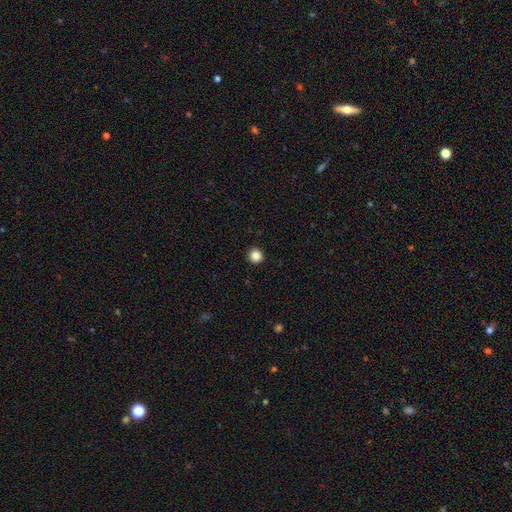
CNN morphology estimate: smooth-or-featured: smooth: 87% | star or artifact: 10% | featured or disk: 3%
  how-rounded: round: 96% | in between: 3% | cigar-shaped: 1%
  merging: none: 94% | minor disturbance: 4% | major disturbance: 1% | merger: 1%